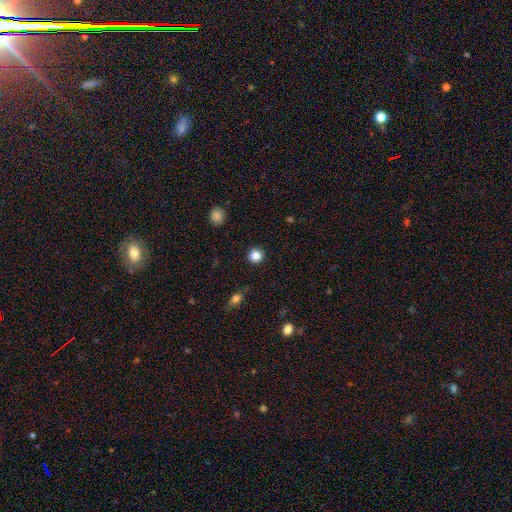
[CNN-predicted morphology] Smooth or featured?
  - smooth: 85% *
  - star or artifact: 11%
  - featured or disk: 4%
How rounded?
  - round: 94% *
  - in between: 5%
  - cigar-shaped: 1%
Merging?
  - none: 92% *
  - minor disturbance: 5%
  - major disturbance: 2%
  - merger: 1%